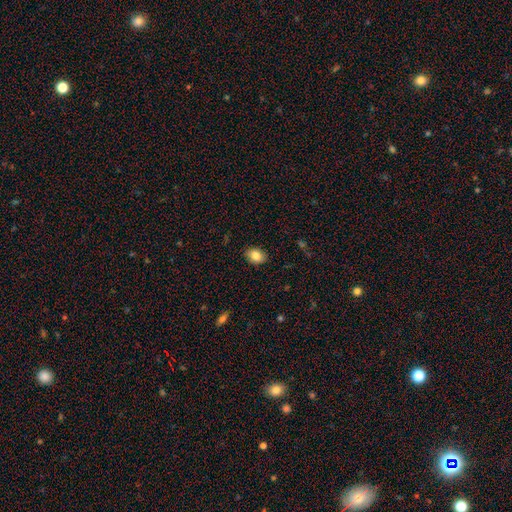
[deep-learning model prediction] This is clearly a smooth galaxy (84%). How rounded: likely in between (71%). Merging: clearly none (88%).